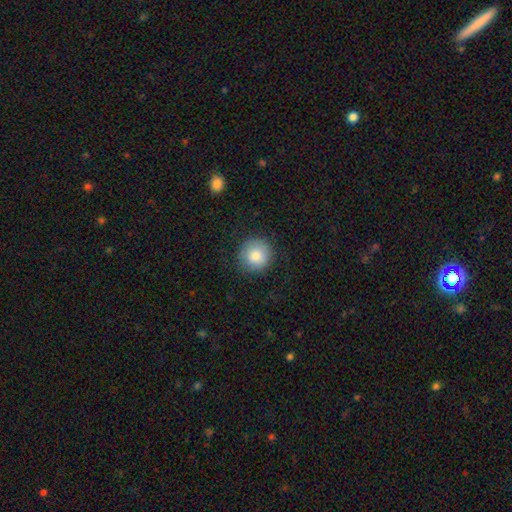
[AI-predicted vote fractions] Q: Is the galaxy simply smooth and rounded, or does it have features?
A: smooth — 82%.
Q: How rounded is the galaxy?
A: round — 94%.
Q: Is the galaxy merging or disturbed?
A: none — 86%.